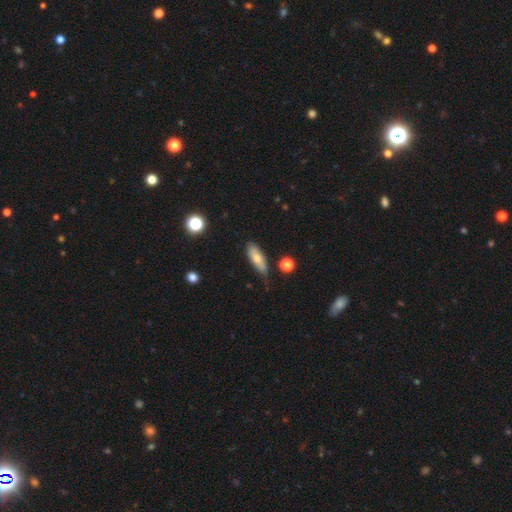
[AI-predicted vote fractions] smooth-or-featured: smooth: 71% | featured or disk: 21% | star or artifact: 8%
  how-rounded: in between: 57% | cigar-shaped: 40% | round: 3%
  merging: none: 65% | minor disturbance: 27% | major disturbance: 5% | merger: 3%